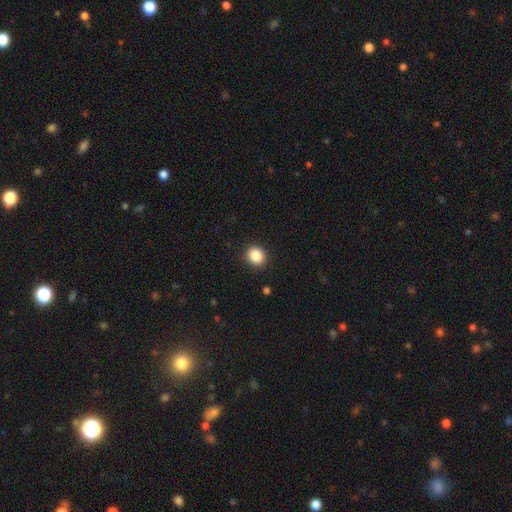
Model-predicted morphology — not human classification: A smooth galaxy with no disk features (87%) that is round (77%). Merging: none (90%).